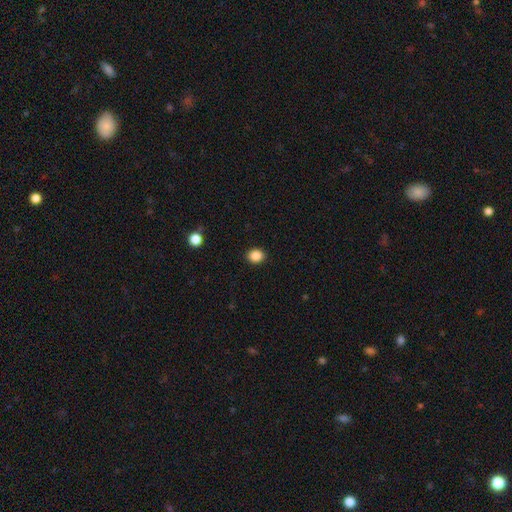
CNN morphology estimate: smooth_or_featured: smooth (p=0.87) [alt: star or artifact p=0.10]
how_rounded: round (p=0.67) [alt: in between p=0.32]
merging: none (p=0.91) [alt: minor disturbance p=0.06]